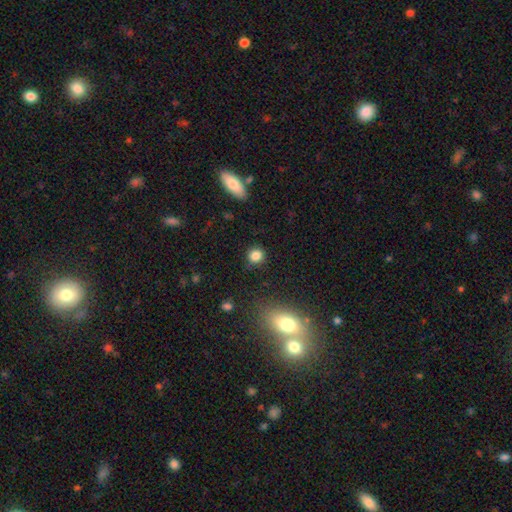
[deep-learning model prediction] Smooth or featured?
  - smooth: 84% *
  - star or artifact: 11%
  - featured or disk: 5%
How rounded?
  - round: 87% *
  - in between: 12%
  - cigar-shaped: 1%
Merging?
  - none: 86% *
  - minor disturbance: 9%
  - major disturbance: 3%
  - merger: 2%